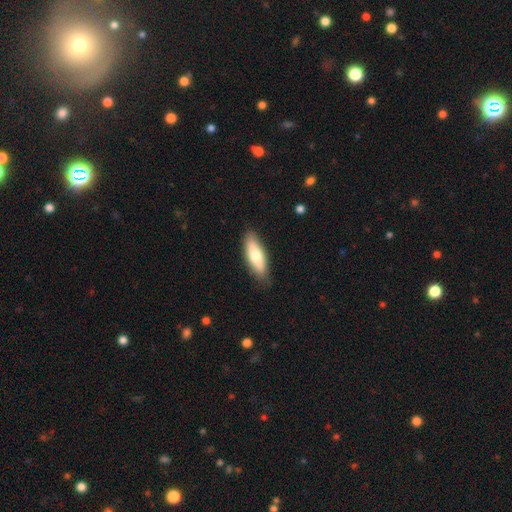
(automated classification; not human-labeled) Overall: smooth (69%). How rounded: in between (61%; cigar-shaped 37%). Merging: none (85%).